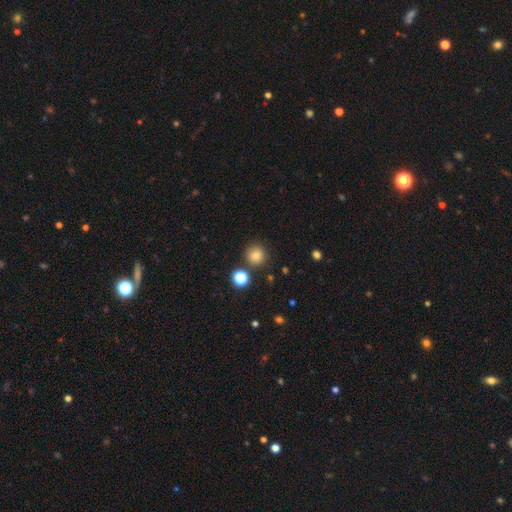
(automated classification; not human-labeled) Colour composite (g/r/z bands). It shows a smooth galaxy with no disk features (79%) that is round (93%). Merging: none (83%).